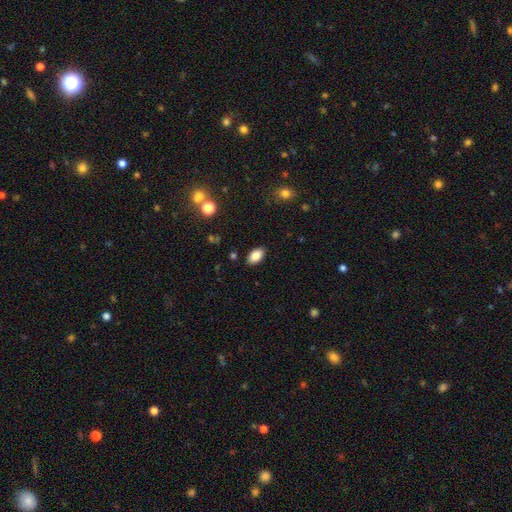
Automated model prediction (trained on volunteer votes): A smooth galaxy with no disk features (86%) that is in between round and cigar-shaped (92%).

Vote fractions:
- Smooth or featured? smooth: 86% / star or artifact: 8% / featured or disk: 6%
- How rounded? in between: 92% / round: 6% / cigar-shaped: 2%
- Merging? none: 87% / minor disturbance: 9% / major disturbance: 2% / merger: 1%